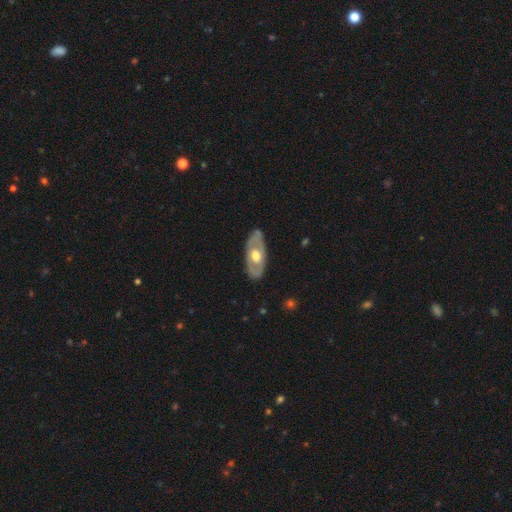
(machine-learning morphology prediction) smooth_or_featured: featured or disk (p=0.60) [alt: smooth p=0.36]
disk_edge_on: no (p=0.81) [alt: yes p=0.19]
merging: none (p=0.79) [alt: minor disturbance p=0.16]